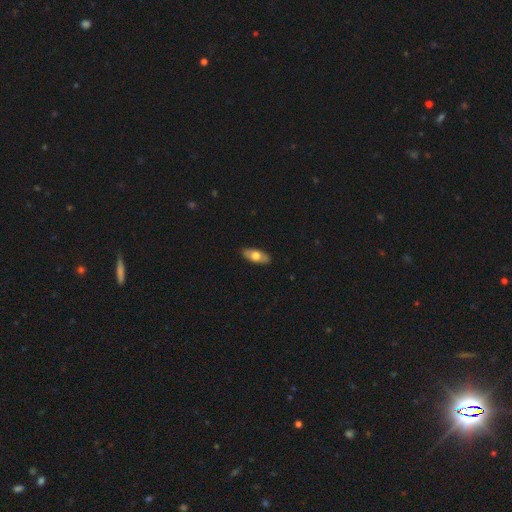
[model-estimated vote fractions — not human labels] smooth_or_featured: smooth (p=0.65) [alt: featured or disk p=0.29]
how_rounded: in between (p=0.83) [alt: cigar-shaped p=0.14]
merging: none (p=0.88) [alt: minor disturbance p=0.09]